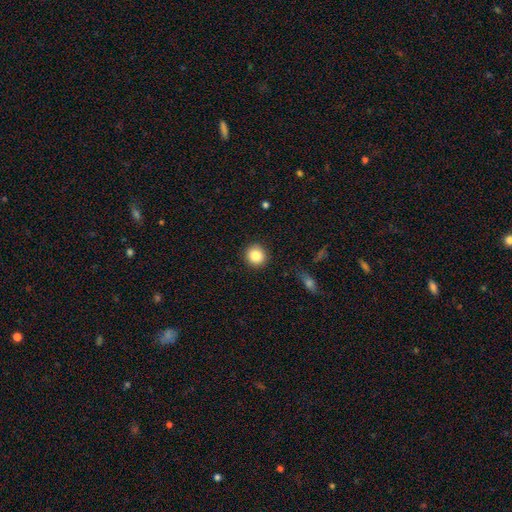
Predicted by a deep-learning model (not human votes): Smooth or featured? Predicted: smooth (p=0.85). How rounded? Predicted: round (p=0.93). Merging? Predicted: none (p=0.90).